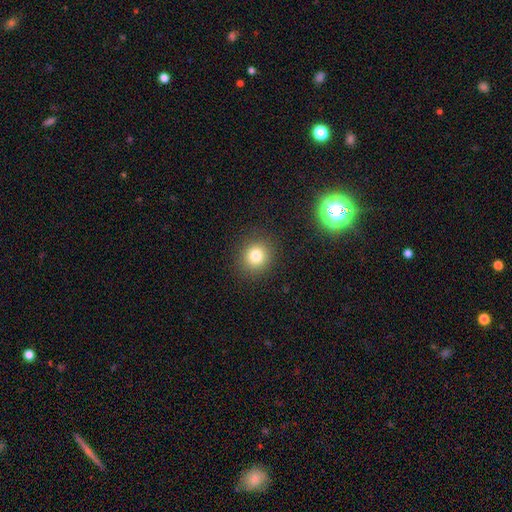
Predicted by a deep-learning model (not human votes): A smooth galaxy with no disk features (80%) that is round (85%).

Vote fractions:
- Smooth or featured? smooth: 80% / star or artifact: 13% / featured or disk: 7%
- How rounded? round: 85% / in between: 14% / cigar-shaped: 1%
- Merging? none: 89% / minor disturbance: 7% / major disturbance: 3% / merger: 1%